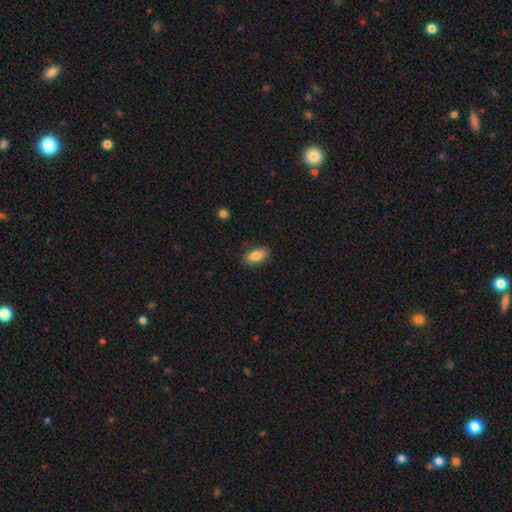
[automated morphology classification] Smooth or featured? smooth (85%)
How rounded? in between (89%)
Merging? none (83%)